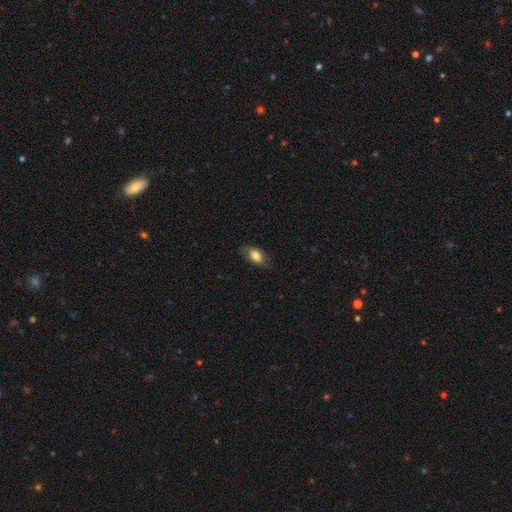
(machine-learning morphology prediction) type=smooth (76%); roundness=in between (89%); merging=none (78%).